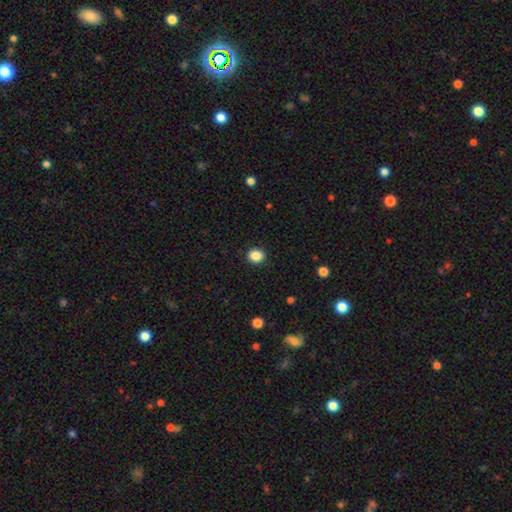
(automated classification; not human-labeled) Smooth or featured? Predicted: smooth (p=0.87). How rounded? Predicted: round (p=0.74). Merging? Predicted: none (p=0.92).